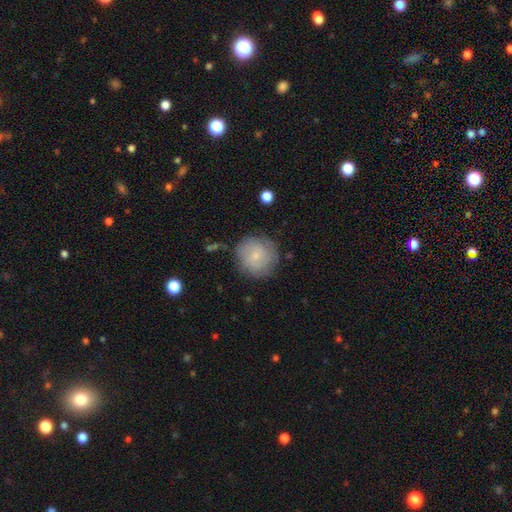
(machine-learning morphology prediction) Q: Smooth or featured?
A: smooth (69%); runner-up: featured or disk (23%)
Q: How rounded?
A: round (91%); runner-up: in between (8%)
Q: Merging?
A: none (75%); runner-up: minor disturbance (17%)